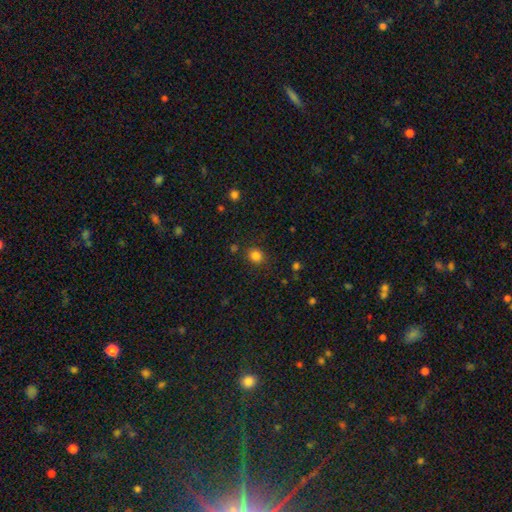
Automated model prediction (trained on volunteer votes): smooth_or_featured: smooth (p=0.82) [alt: star or artifact p=0.14]
how_rounded: round (p=0.78) [alt: in between p=0.21]
merging: none (p=0.84) [alt: minor disturbance p=0.10]